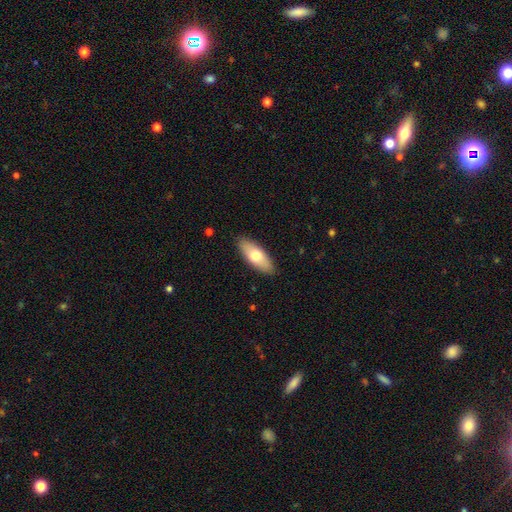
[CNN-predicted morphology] A smooth galaxy with no disk features (70%) that is in between round and cigar-shaped (76%). Merging: none (88%).